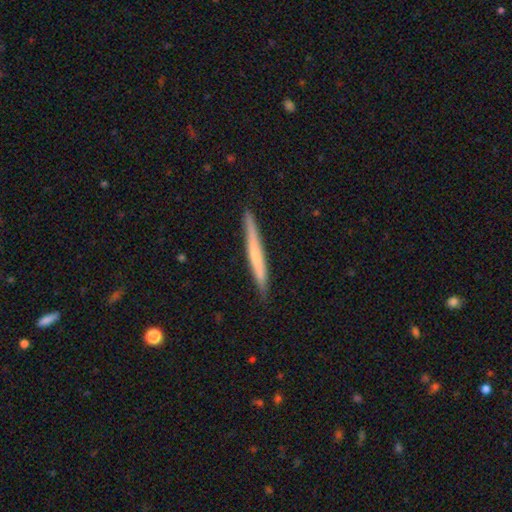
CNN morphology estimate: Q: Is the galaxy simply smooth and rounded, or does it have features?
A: smooth — 52%.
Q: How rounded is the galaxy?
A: cigar-shaped — 97%.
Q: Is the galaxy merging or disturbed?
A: none — 88%.